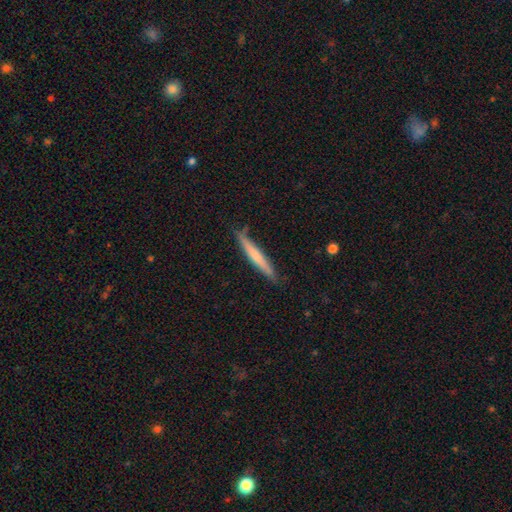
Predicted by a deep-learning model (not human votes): Smooth or featured? Predicted: smooth (p=0.59). How rounded? Predicted: cigar-shaped (p=0.96). Merging? Predicted: none (p=0.85).